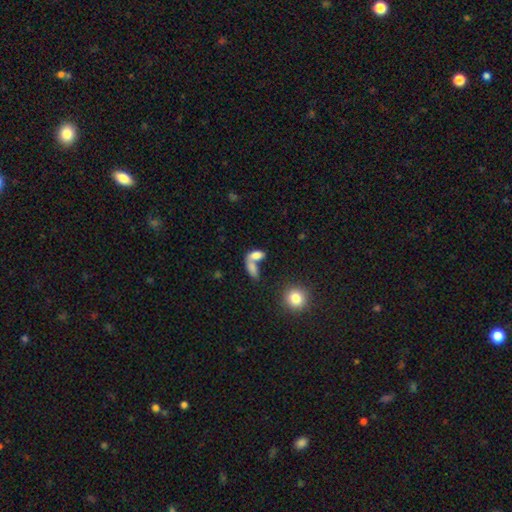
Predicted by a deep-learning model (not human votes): smooth-or-featured: smooth: 75% | featured or disk: 15% | star or artifact: 10%
  how-rounded: in between: 82% | round: 10% | cigar-shaped: 9%
  merging: merger: 61% | none: 24% | major disturbance: 8% | minor disturbance: 7%